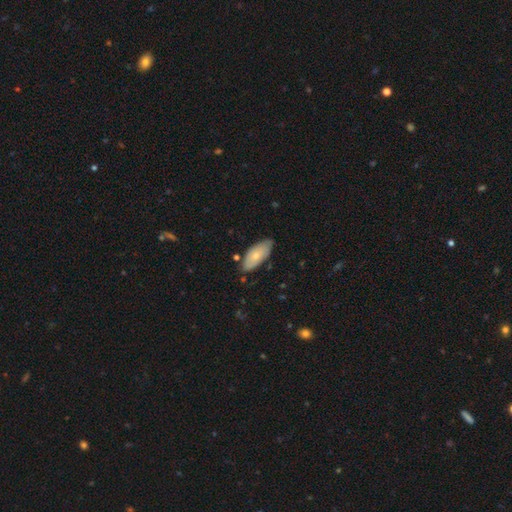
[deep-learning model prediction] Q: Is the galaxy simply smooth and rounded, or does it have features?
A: smooth — 71%.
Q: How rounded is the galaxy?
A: in between — 86%.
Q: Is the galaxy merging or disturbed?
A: none — 73%.